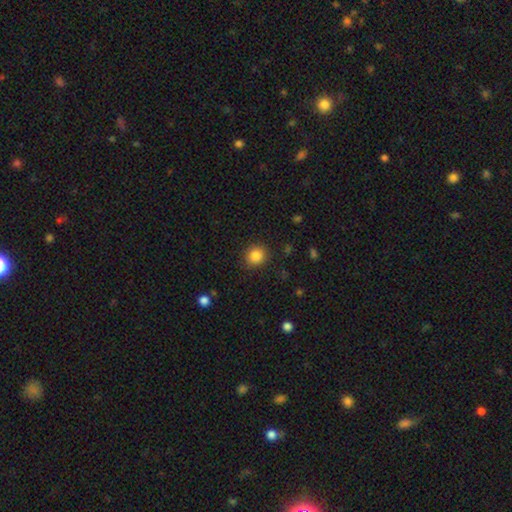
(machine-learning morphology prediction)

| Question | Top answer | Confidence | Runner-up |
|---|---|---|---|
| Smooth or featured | smooth | 86% | star or artifact (10%) |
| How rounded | round | 87% | in between (12%) |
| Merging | none | 89% | minor disturbance (8%) |